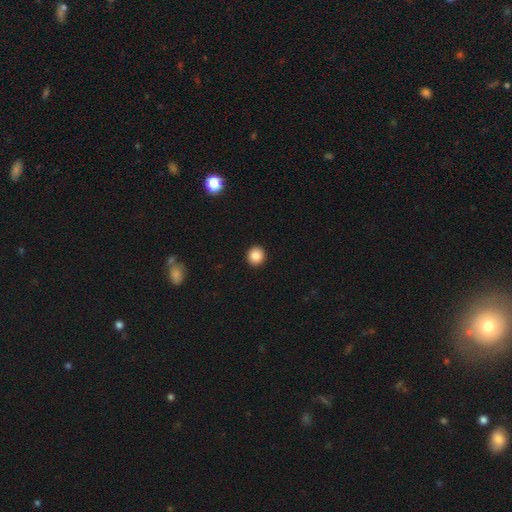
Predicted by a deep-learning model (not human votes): Smooth or featured?
  - smooth: 87% *
  - star or artifact: 9%
  - featured or disk: 3%
How rounded?
  - round: 92% *
  - in between: 8%
  - cigar-shaped: 1%
Merging?
  - none: 93% *
  - minor disturbance: 5%
  - major disturbance: 2%
  - merger: 1%